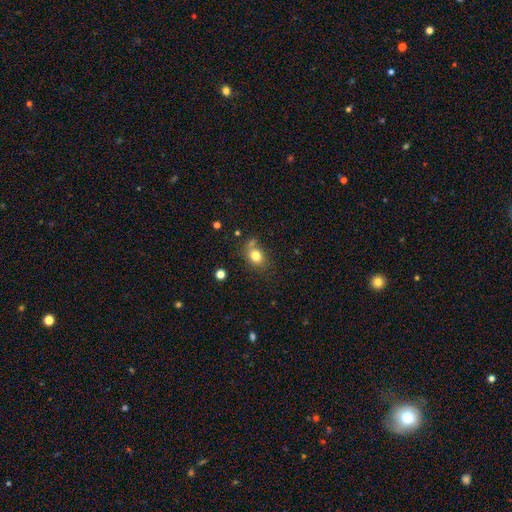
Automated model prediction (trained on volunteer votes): The model was most divided on "how rounded": in between: 52%, round: 47%, cigar-shaped: 1%. More confident: smooth or featured — smooth (79%); merging — none (60%).